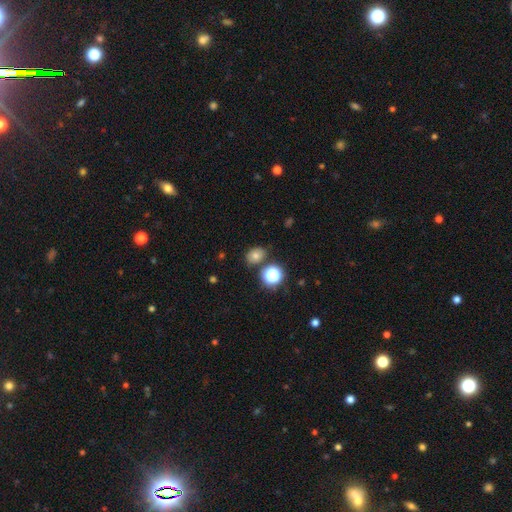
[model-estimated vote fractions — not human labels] A smooth galaxy with no disk features (67%) that is round (50%). Merging: none (77%).